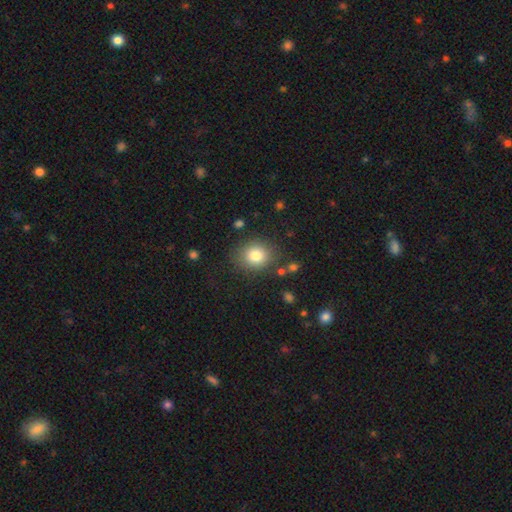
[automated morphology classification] This is clearly a smooth galaxy (81%). How rounded: likely round (74%). Merging: clearly none (83%).